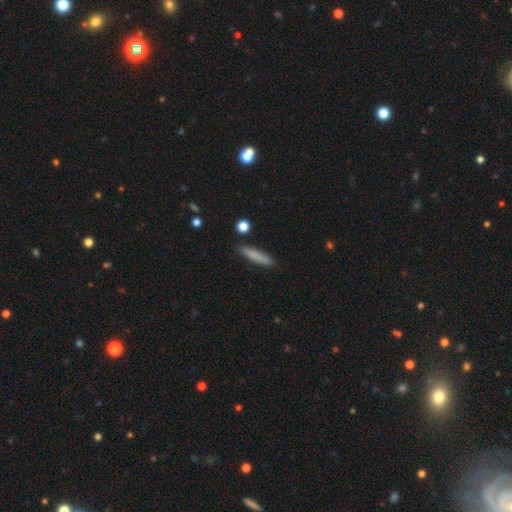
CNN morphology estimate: type=smooth (81%); roundness=cigar-shaped (89%); merging=none (88%).